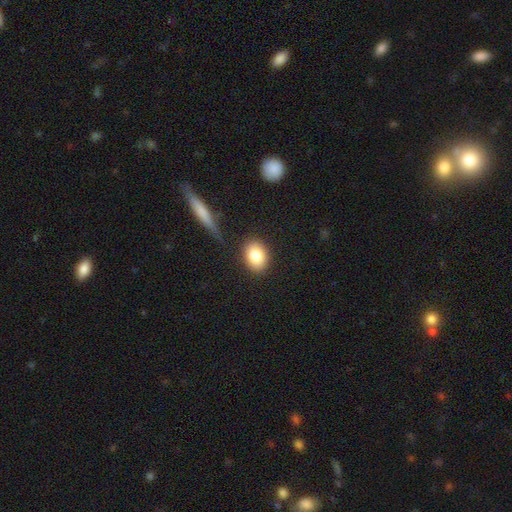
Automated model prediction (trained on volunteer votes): Q: Smooth or featured?
A: smooth (83%); runner-up: featured or disk (9%)
Q: How rounded?
A: in between (68%); runner-up: round (31%)
Q: Merging?
A: none (85%); runner-up: minor disturbance (10%)